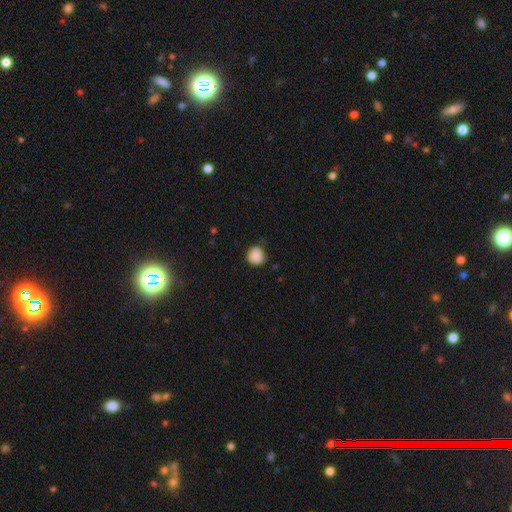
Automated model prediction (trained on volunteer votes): Morphology: type=smooth (87%); roundness=round (86%); merging=none (73%).